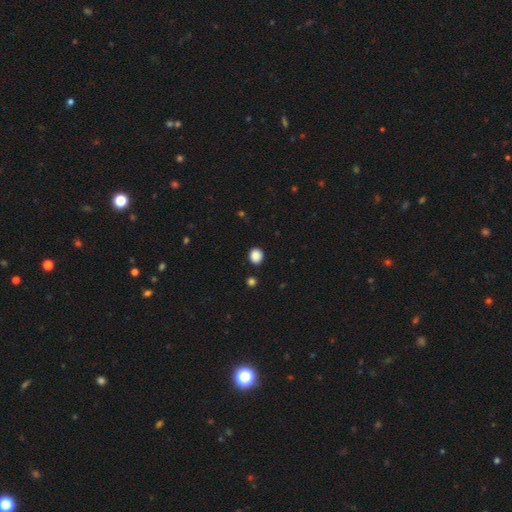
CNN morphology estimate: Smooth or featured? Predicted: smooth (p=0.88). How rounded? Predicted: round (p=0.76). Merging? Predicted: none (p=0.89).